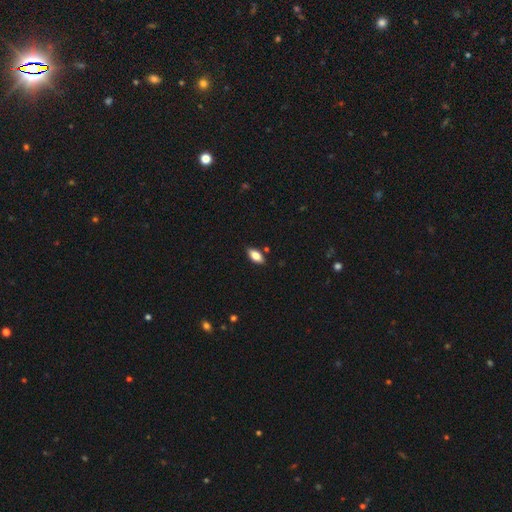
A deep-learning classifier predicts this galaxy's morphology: Overall: smooth (81%). How rounded: in between (89%). Merging: none (85%).